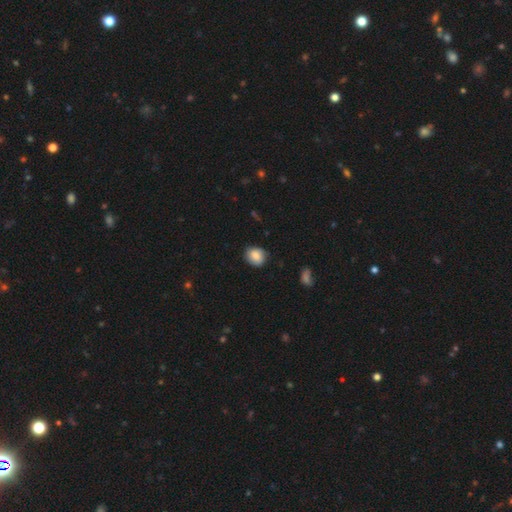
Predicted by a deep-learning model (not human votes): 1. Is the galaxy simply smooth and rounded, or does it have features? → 84% smooth, 8% star or artifact, 8% featured or disk.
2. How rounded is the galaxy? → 60% round, 39% in between, 1% cigar-shaped.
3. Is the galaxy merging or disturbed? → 78% none, 17% minor disturbance, 3% major disturbance, 1% merger.